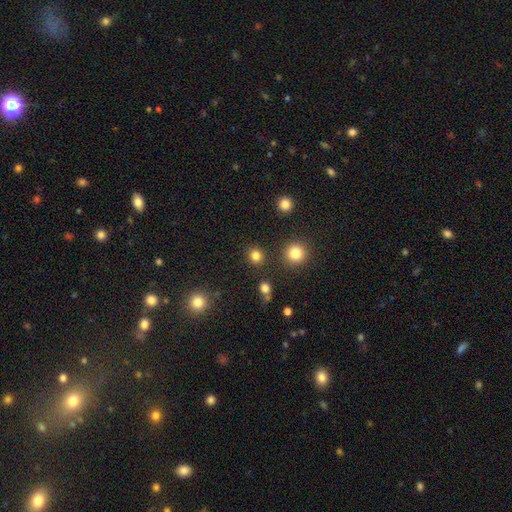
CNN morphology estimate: Smooth or featured? smooth (82%)
How rounded? round (85%)
Merging? none (88%)